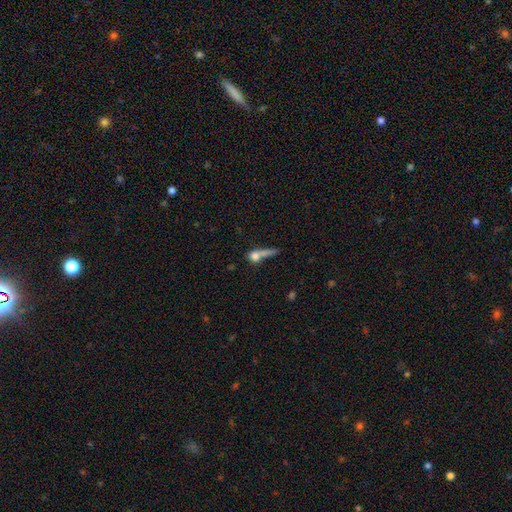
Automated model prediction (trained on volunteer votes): Smooth or featured: smooth — 66% (featured or disk — 23%)
How rounded: round — 40% (cigar-shaped — 31%)
Merging: merger — 36% (none — 28%)